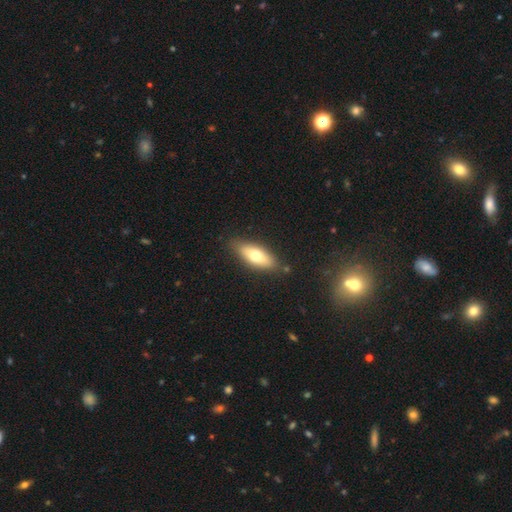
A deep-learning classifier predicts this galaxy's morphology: This appears to be a smooth galaxy with no disk features (67%) that is in between round and cigar-shaped (69%). Merging: none (83%).